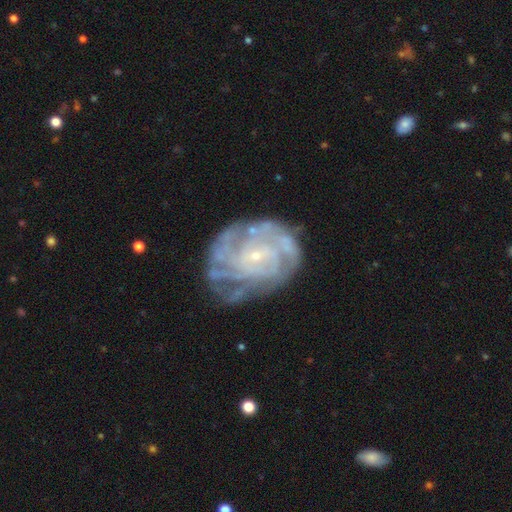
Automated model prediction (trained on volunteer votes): This is clearly a featured or disk galaxy (85%). It is clearly not viewed edge-on (98%). Bar: likely no (62%). Spiral arm pattern: clearly yes (91%). Spiral arm count: marginally can't tell (39%). Spiral winding: likely tight (68%). Central bulge: clearly small (85%). Merging: likely none (62%).